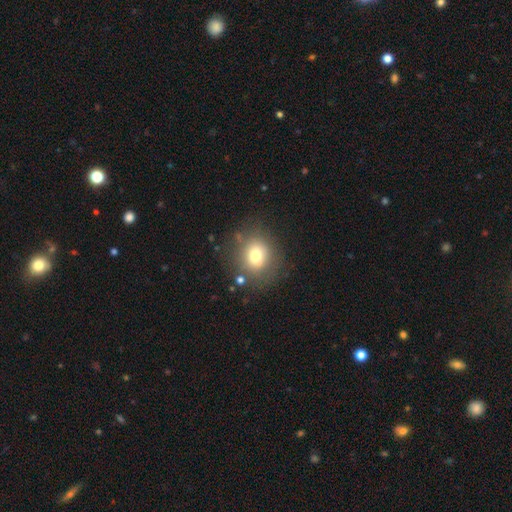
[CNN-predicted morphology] smooth 72%, featured or disk 14%, star or artifact 14%. Down the decision tree: how rounded — round (79%); merging — none (77%).